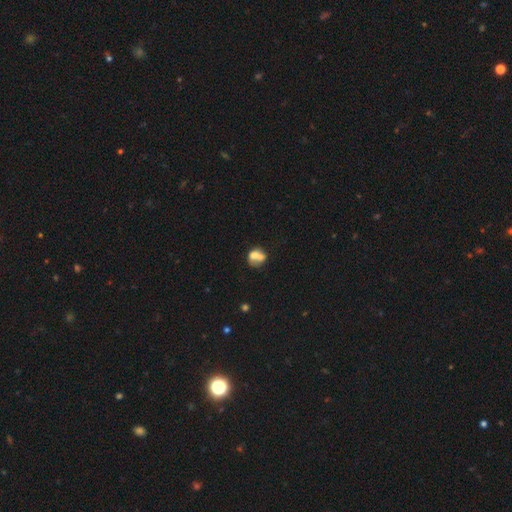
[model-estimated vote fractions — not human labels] A smooth galaxy with no disk features (61%) that is round (53%). Merging: merger (47%).